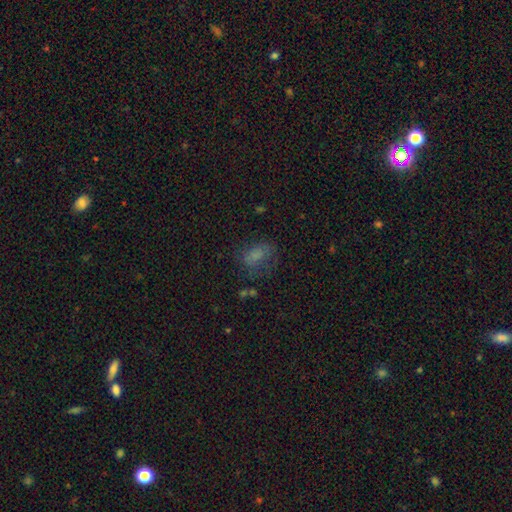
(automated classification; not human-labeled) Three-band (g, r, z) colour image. It shows a smooth galaxy with no disk features (67%) that is in between round and cigar-shaped (81%). Merging: none (52%).